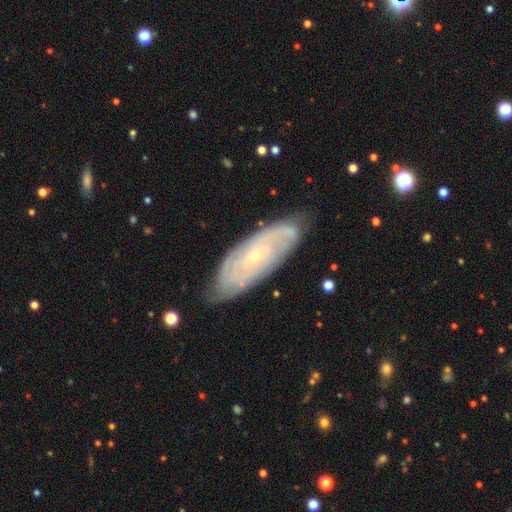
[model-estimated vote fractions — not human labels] A featured or disk galaxy (76%) with no bar (77%), tight (71%) spiral arms (90%) and a small central bulge (84%).

Vote fractions:
- Smooth or featured? featured or disk: 76% / smooth: 17% / star or artifact: 7%
- Edge-on disk? no: 86% / yes: 14%
- Bar? no: 77% / weak: 19% / strong: 4%
- Spiral arms? yes: 90% / no: 10%
- Spiral winding? tight: 71% / medium: 23% / loose: 6%
- Spiral arm count? can't tell: 53% / 2: 17% / 3: 11% / 4: 10% / more than 4: 5% / 1: 4%
- Bulge size? small: 84% / moderate: 12% / none: 2% / large: 1% / dominant: 1%
- Merging? none: 79% / minor disturbance: 17% / major disturbance: 3% / merger: 2%